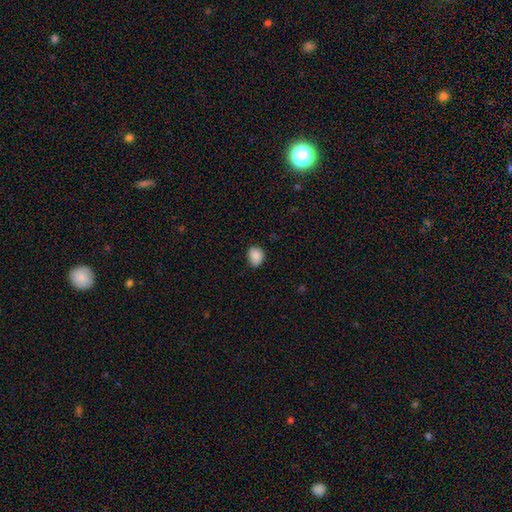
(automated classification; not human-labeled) A smooth galaxy with no disk features (88%) that is in between round and cigar-shaped (50%).

Vote fractions:
- Smooth or featured? smooth: 88% / star or artifact: 9% / featured or disk: 4%
- How rounded? in between: 50% / round: 49% / cigar-shaped: 1%
- Merging? none: 71% / minor disturbance: 24% / major disturbance: 3% / merger: 1%